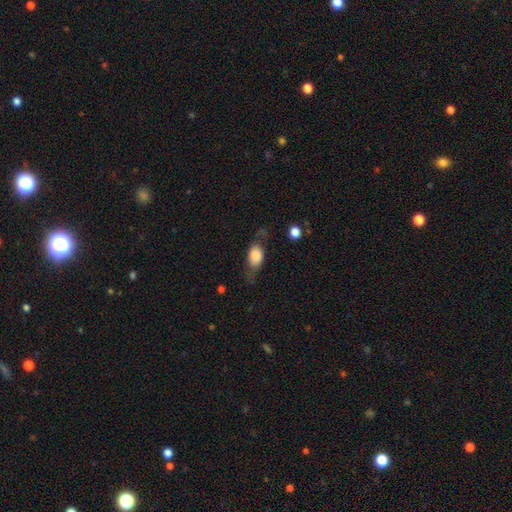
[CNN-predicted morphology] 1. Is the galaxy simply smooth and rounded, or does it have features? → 69% smooth, 23% featured or disk, 7% star or artifact.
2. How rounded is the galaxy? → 78% in between, 15% round, 7% cigar-shaped.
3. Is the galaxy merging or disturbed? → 55% none, 25% minor disturbance, 16% major disturbance, 3% merger.